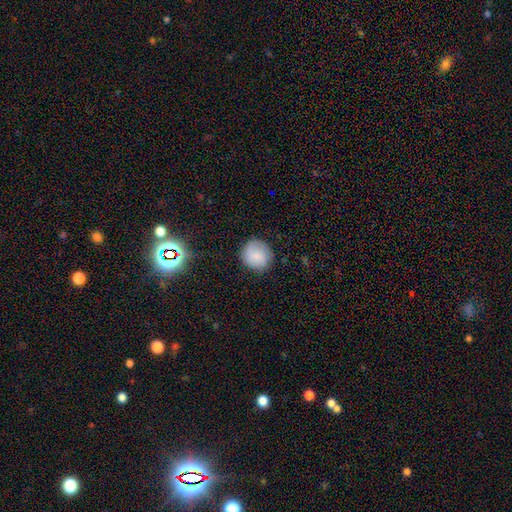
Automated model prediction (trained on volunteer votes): Q: Smooth or featured?
A: smooth (78%); runner-up: featured or disk (14%)
Q: How rounded?
A: round (90%); runner-up: in between (9%)
Q: Merging?
A: none (84%); runner-up: minor disturbance (11%)